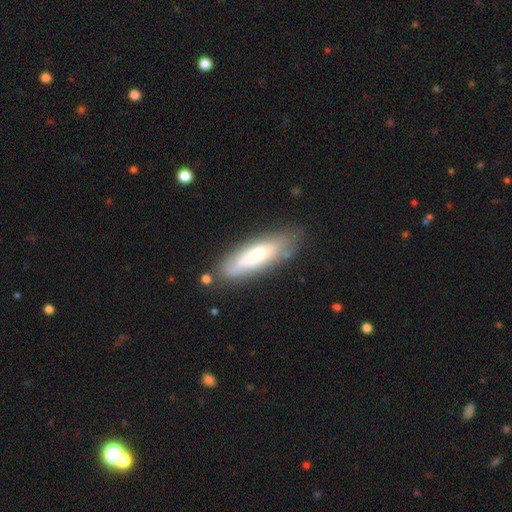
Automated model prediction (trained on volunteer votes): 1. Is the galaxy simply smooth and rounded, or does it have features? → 58% smooth, 36% featured or disk, 7% star or artifact.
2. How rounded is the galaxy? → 49% cigar-shaped (tied), 49% in between (tied), 2% round.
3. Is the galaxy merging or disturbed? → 70% none, 19% minor disturbance, 6% major disturbance, 4% merger.